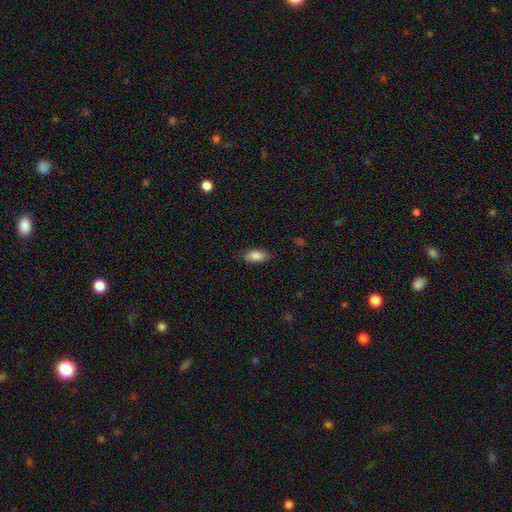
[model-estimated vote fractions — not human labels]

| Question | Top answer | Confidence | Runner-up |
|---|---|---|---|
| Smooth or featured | smooth | 86% | featured or disk (7%) |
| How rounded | in between | 90% | cigar-shaped (7%) |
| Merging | none | 83% | minor disturbance (13%) |